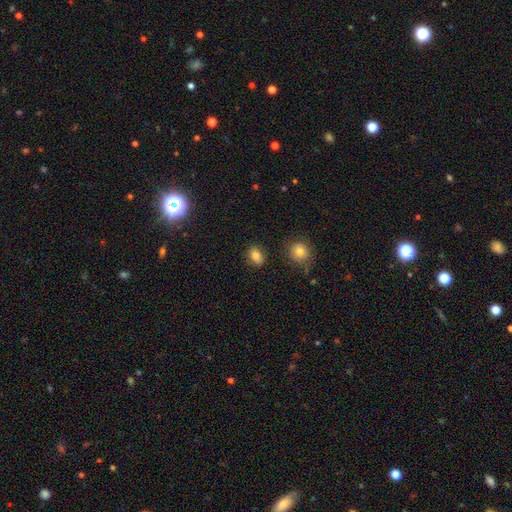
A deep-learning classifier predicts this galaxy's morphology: Smooth or featured?
  - smooth: 83% *
  - star or artifact: 10%
  - featured or disk: 7%
How rounded?
  - in between: 76% *
  - round: 22%
  - cigar-shaped: 2%
Merging?
  - none: 85% *
  - minor disturbance: 10%
  - major disturbance: 3%
  - merger: 2%